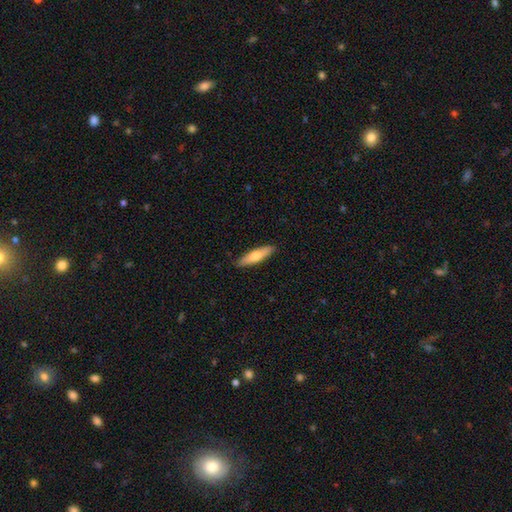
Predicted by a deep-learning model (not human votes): smooth_or_featured: smooth (p=0.65) [alt: featured or disk p=0.30]
how_rounded: cigar-shaped (p=0.70) [alt: in between p=0.28]
merging: none (p=0.89) [alt: minor disturbance p=0.09]